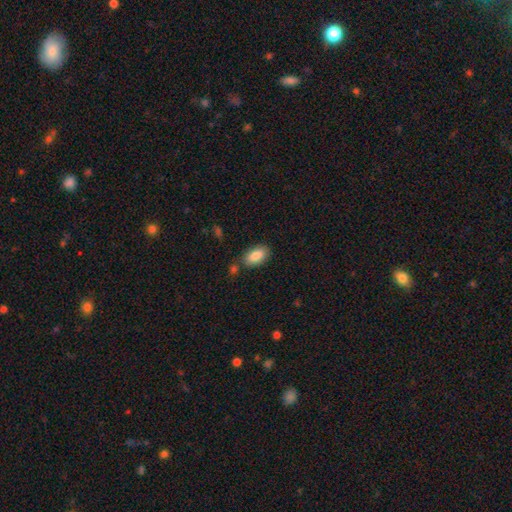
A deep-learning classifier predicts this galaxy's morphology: Q: Smooth or featured?
A: smooth (85%); runner-up: featured or disk (8%)
Q: How rounded?
A: in between (93%); runner-up: round (4%)
Q: Merging?
A: none (79%); runner-up: minor disturbance (12%)